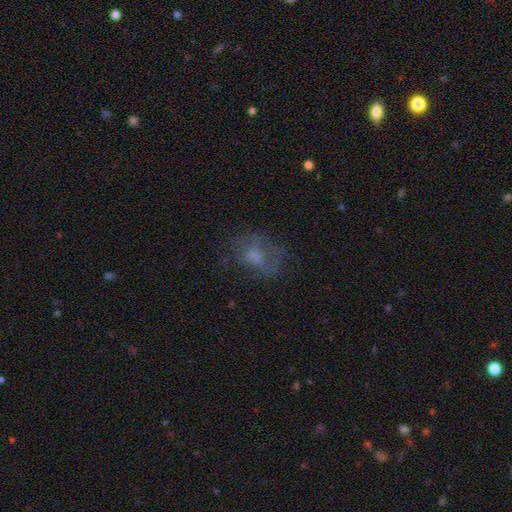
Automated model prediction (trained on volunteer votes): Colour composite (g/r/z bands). It shows a smooth galaxy with no disk features (47%). Merging: none (50%).